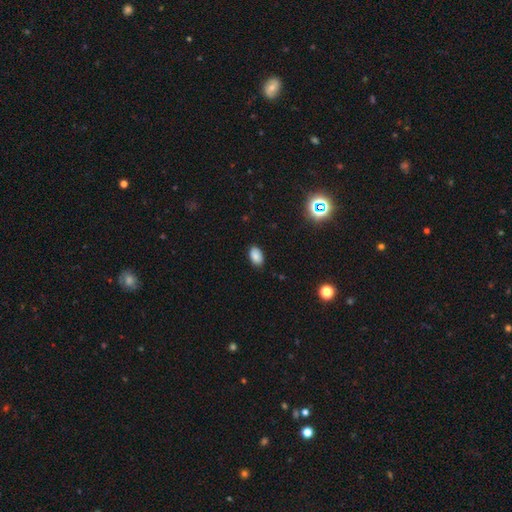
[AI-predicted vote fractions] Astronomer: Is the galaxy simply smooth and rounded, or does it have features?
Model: smooth — 83%.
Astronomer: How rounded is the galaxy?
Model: in between — 91%.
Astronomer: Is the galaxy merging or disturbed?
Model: none — 84%.